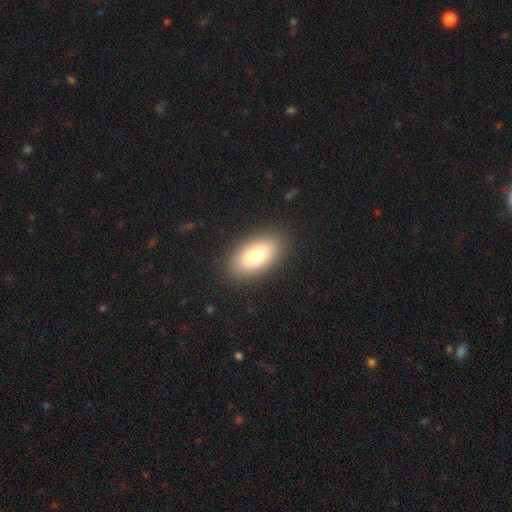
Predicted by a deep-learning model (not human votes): A smooth galaxy with no disk features (77%) that is in between round and cigar-shaped (92%). Merging: none (88%).